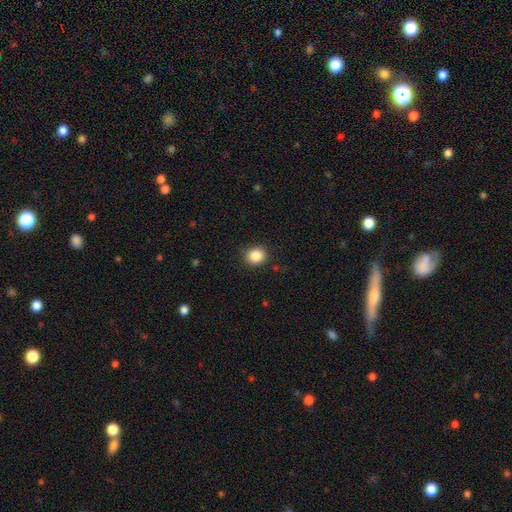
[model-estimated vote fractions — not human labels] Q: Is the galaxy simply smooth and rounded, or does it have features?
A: smooth — 87%.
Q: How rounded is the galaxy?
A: round — 79%.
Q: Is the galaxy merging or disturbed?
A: none — 88%.